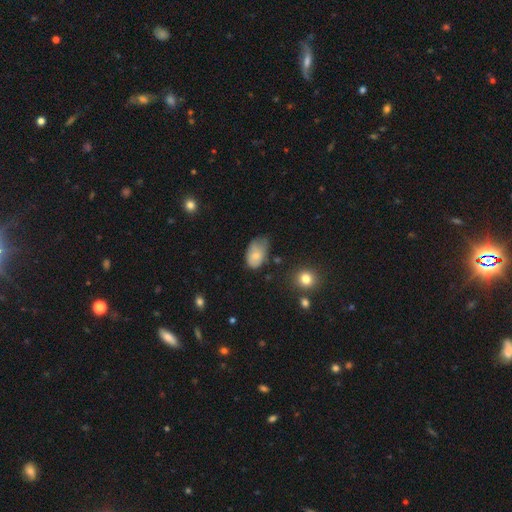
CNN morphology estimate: A smooth galaxy with no disk features (73%) that is in between round and cigar-shaped (88%). Merging: minor disturbance (43%).